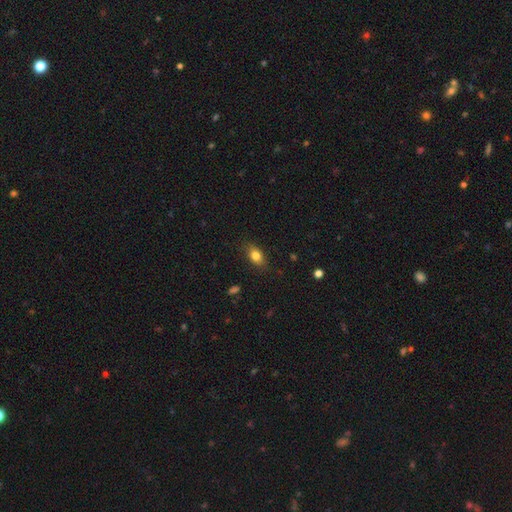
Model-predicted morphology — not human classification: type=smooth (82%); roundness=in between (81%); merging=none (82%).